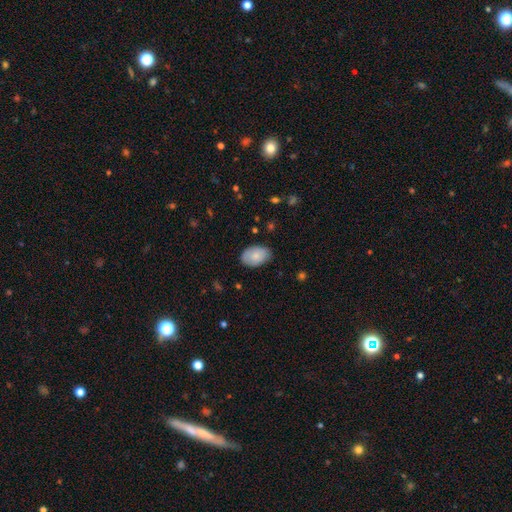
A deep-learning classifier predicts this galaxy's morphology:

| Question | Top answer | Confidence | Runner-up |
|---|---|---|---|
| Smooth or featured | smooth | 79% | featured or disk (15%) |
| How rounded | in between | 89% | round (9%) |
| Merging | none | 79% | minor disturbance (17%) |